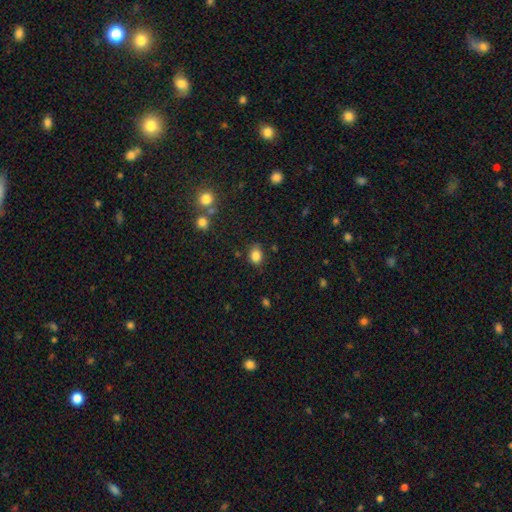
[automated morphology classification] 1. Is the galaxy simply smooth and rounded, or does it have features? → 84% smooth, 11% star or artifact, 5% featured or disk.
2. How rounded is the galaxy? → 58% in between, 40% round, 1% cigar-shaped.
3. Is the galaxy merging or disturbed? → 76% none, 18% minor disturbance, 4% major disturbance, 3% merger.